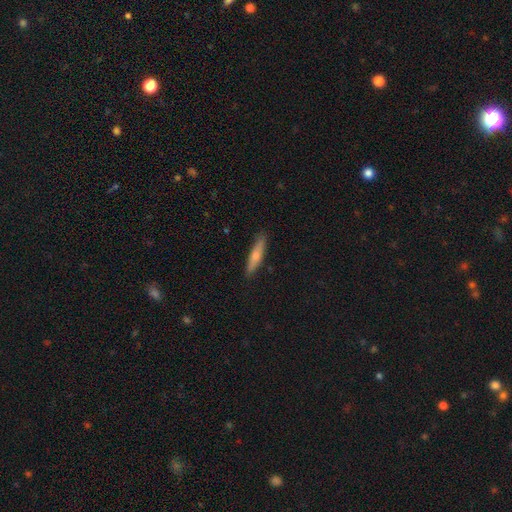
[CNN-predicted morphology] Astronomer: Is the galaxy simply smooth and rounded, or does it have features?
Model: smooth — 64%.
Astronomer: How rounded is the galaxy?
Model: cigar-shaped — 82%.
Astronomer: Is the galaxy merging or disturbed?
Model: none — 87%.